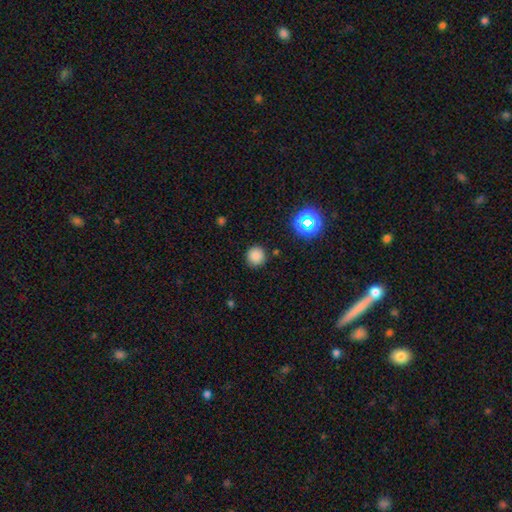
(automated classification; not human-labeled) Smooth or featured: smooth — 81% (star or artifact — 14%)
How rounded: round — 95% (in between — 5%)
Merging: none — 88% (minor disturbance — 8%)